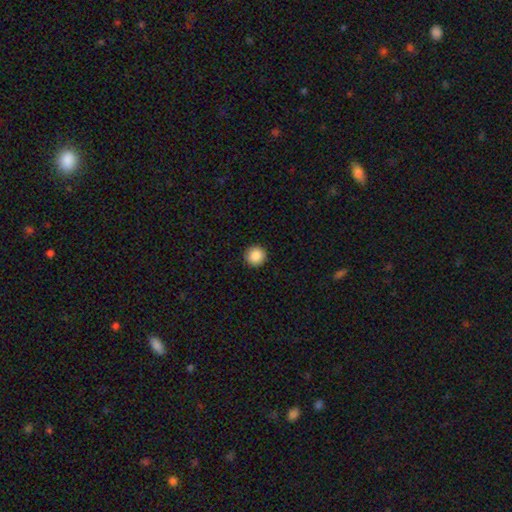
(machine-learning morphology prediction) Q: Smooth or featured?
A: smooth (88%); runner-up: star or artifact (9%)
Q: How rounded?
A: round (95%); runner-up: in between (4%)
Q: Merging?
A: none (93%); runner-up: minor disturbance (5%)